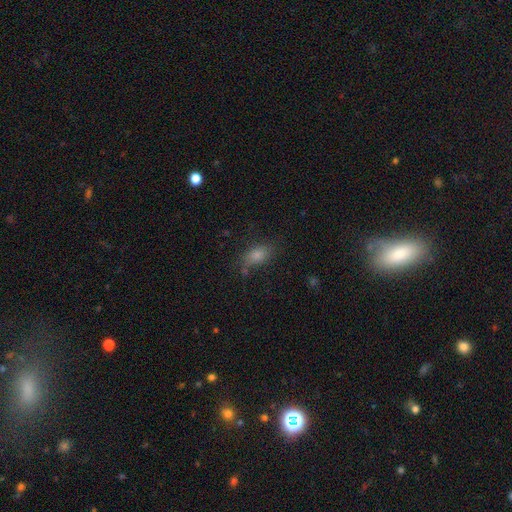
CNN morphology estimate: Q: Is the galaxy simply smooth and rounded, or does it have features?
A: smooth — 74%.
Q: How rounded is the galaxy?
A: in between — 82%.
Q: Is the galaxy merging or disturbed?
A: none — 71%.